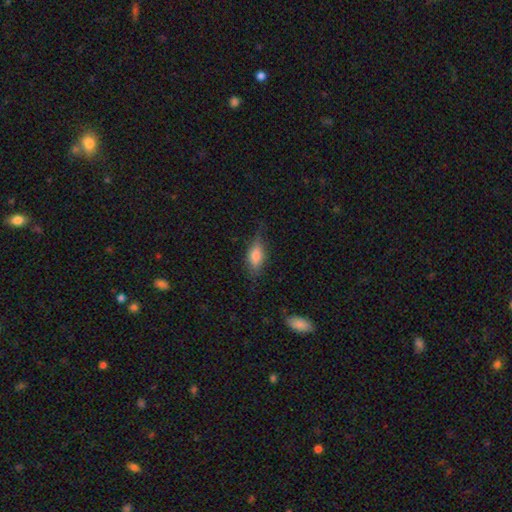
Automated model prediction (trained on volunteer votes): Overall: smooth (67%). How rounded: in between (75%). Merging: none (68%).